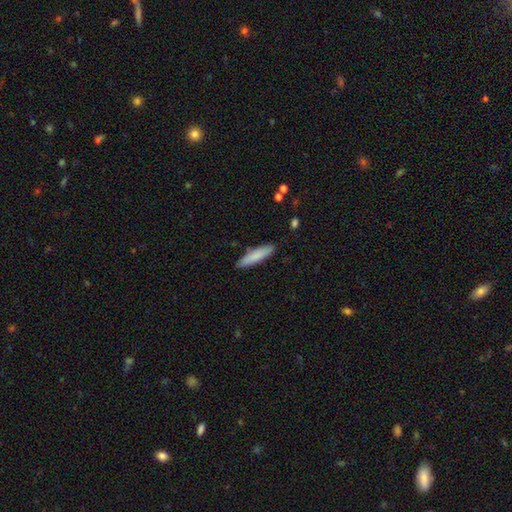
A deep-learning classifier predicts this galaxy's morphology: The model was most divided on "how rounded": cigar-shaped: 81%, in between: 17%, round: 1%. More confident: merging — none (88%); smooth or featured — smooth (82%).